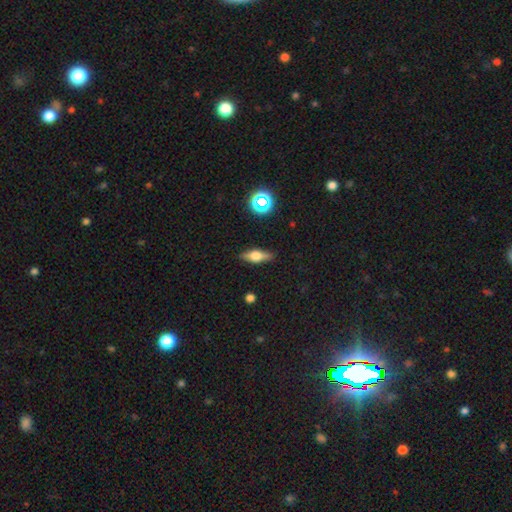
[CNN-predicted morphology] Smooth or featured: smooth — 48% (featured or disk — 43%)
Merging: none — 86% (minor disturbance — 10%)